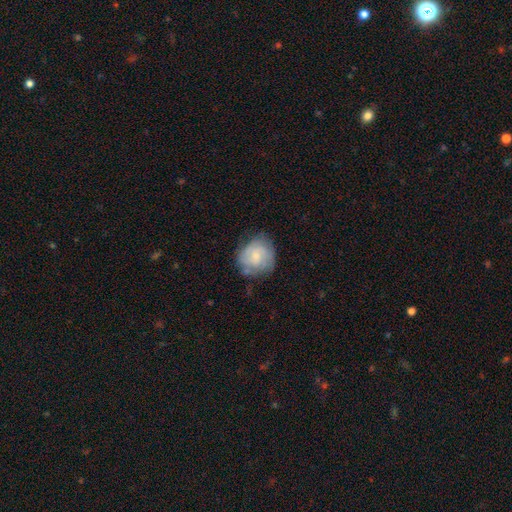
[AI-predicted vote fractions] Overall: featured or disk (47%; smooth 45%). Merging: none (64%; minor disturbance 25%).